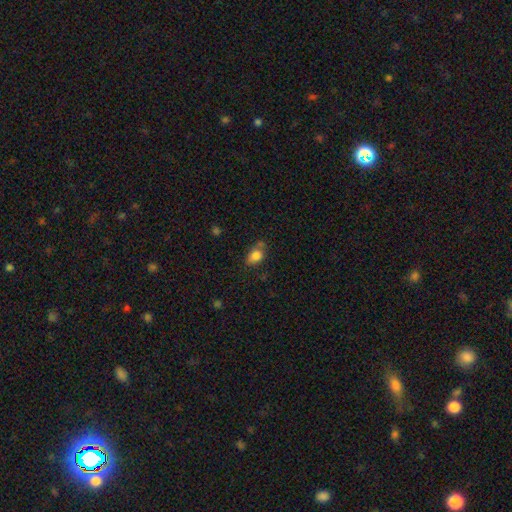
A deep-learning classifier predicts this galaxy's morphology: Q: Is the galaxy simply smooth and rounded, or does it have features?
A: smooth — 83%.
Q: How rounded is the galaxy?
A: in between — 75%.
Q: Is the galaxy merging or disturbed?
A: none — 56%.